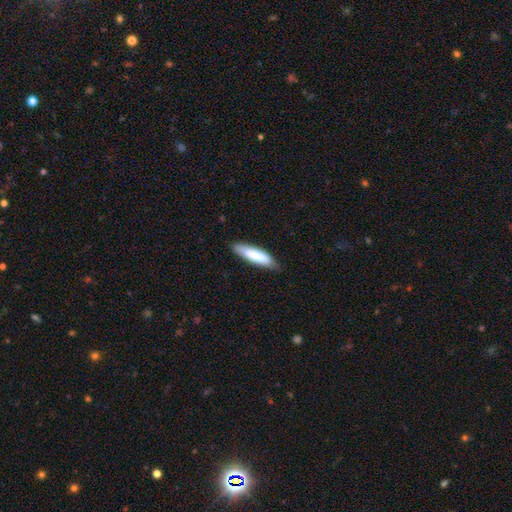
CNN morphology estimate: This appears to be a smooth galaxy with no disk features (77%) that is cigar-shaped (69%). Merging: none (79%).